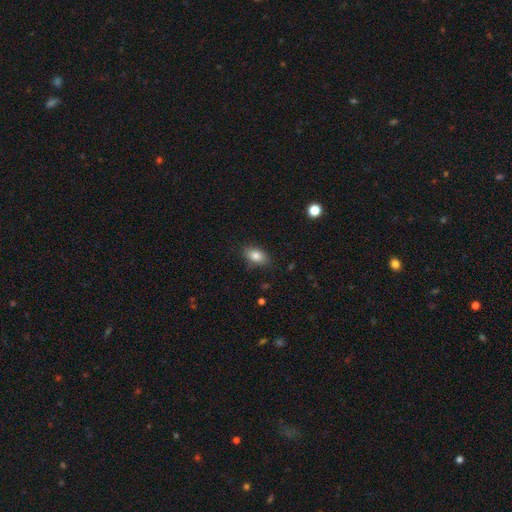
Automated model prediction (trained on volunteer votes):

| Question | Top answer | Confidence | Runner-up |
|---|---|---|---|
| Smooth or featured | smooth | 83% | star or artifact (9%) |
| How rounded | in between | 84% | round (14%) |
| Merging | none | 83% | minor disturbance (13%) |